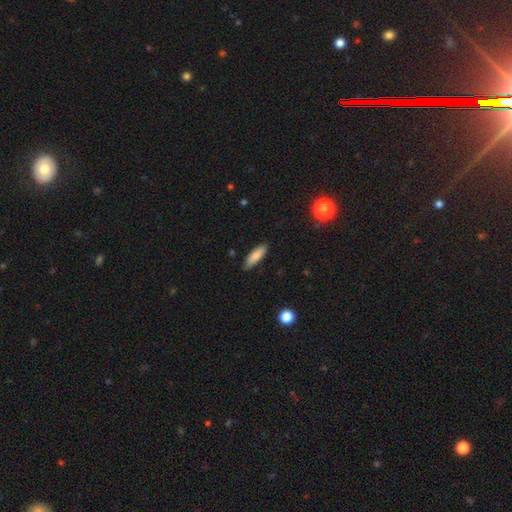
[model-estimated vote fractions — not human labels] smooth_or_featured: smooth (p=0.83) [alt: featured or disk p=0.10]
how_rounded: cigar-shaped (p=0.51) [alt: in between p=0.47]
merging: none (p=0.84) [alt: minor disturbance p=0.13]